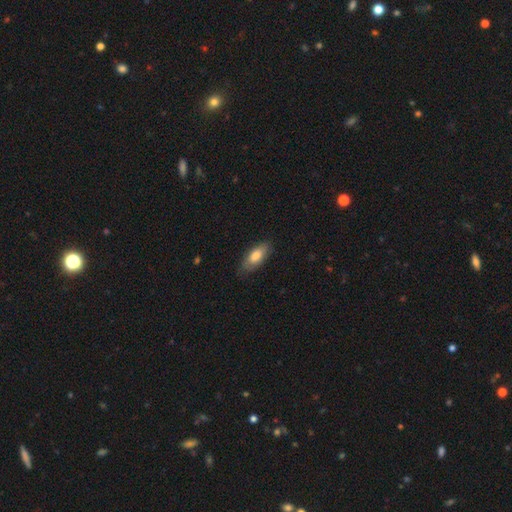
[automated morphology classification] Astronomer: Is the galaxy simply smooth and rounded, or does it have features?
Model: smooth — 78%.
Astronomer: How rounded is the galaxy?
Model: in between — 82%.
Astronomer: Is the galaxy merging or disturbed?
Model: none — 77%.